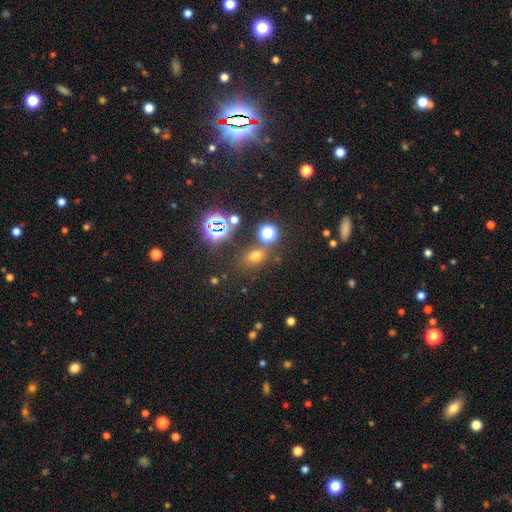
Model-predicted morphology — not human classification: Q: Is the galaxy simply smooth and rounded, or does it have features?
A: smooth — 56%.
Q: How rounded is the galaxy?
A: in between — 56%.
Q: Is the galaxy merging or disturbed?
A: none — 72%.